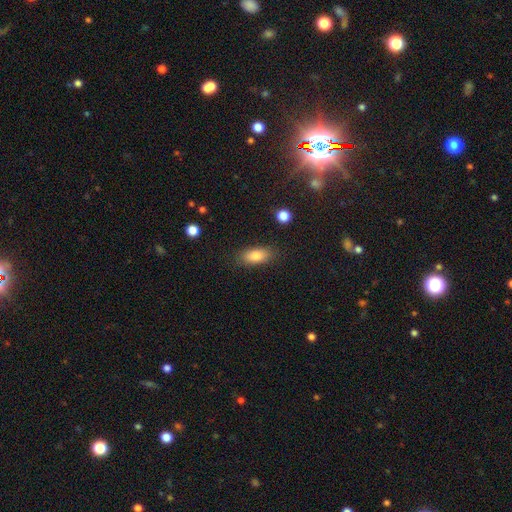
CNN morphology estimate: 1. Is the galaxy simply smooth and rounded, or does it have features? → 84% smooth, 9% featured or disk, 8% star or artifact.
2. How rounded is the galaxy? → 84% in between, 12% cigar-shaped, 4% round.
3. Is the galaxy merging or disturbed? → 84% none, 11% minor disturbance, 3% major disturbance, 1% merger.